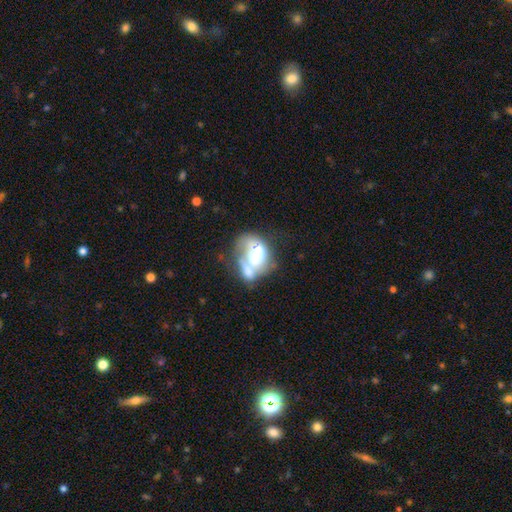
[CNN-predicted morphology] smooth_or_featured: featured or disk (p=0.51) [alt: smooth p=0.39]
disk_edge_on: no (p=0.96) [alt: yes p=0.04]
merging: merger (p=0.45) [alt: major disturbance p=0.24]